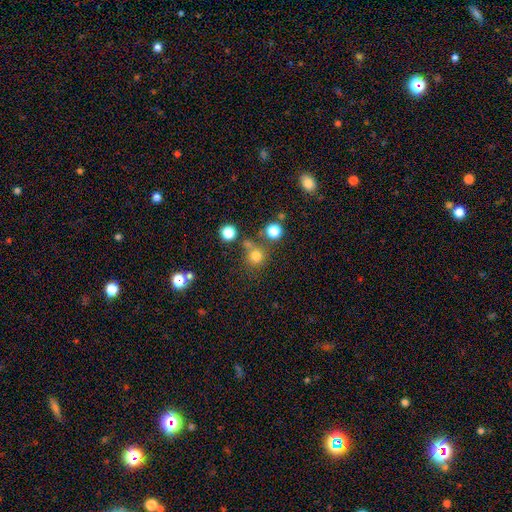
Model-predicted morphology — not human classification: smooth-or-featured: smooth: 75% | star or artifact: 18% | featured or disk: 8%
  how-rounded: round: 90% | in between: 9% | cigar-shaped: 1%
  merging: none: 65% | merger: 20% | minor disturbance: 10% | major disturbance: 5%